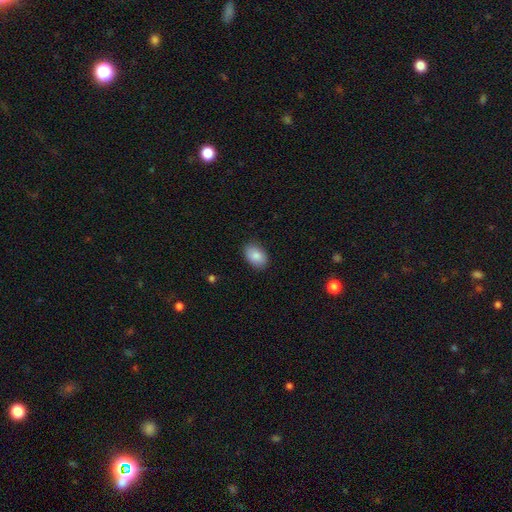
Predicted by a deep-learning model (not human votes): smooth_or_featured: smooth (p=0.87) [alt: star or artifact p=0.07]
how_rounded: in between (p=0.87) [alt: round p=0.12]
merging: none (p=0.86) [alt: minor disturbance p=0.11]